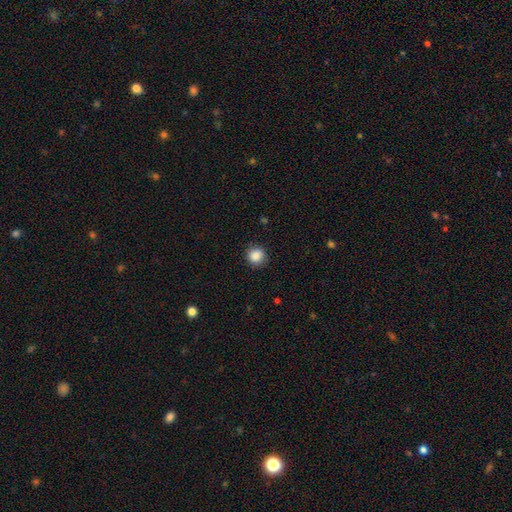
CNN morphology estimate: smooth_or_featured: smooth (p=0.88) [alt: star or artifact p=0.09]
how_rounded: round (p=0.91) [alt: in between p=0.08]
merging: none (p=0.87) [alt: minor disturbance p=0.10]